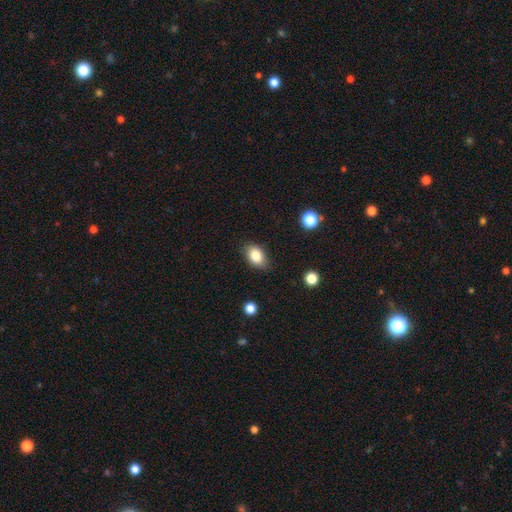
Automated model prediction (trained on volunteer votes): smooth 84%, star or artifact 8%, featured or disk 8%. Down the decision tree: how rounded — in between (85%); merging — none (82%).